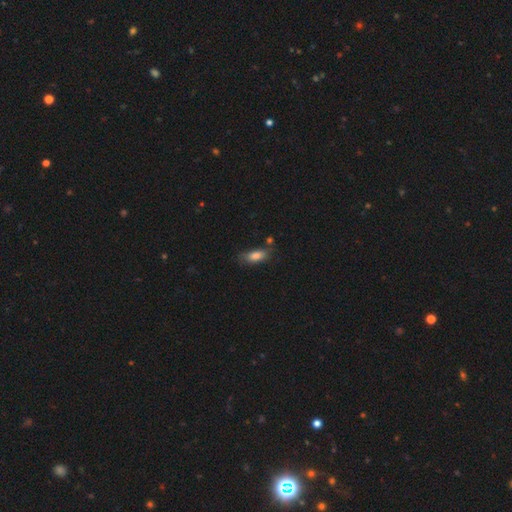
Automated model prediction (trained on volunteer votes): A smooth galaxy with no disk features (81%) that is in between round and cigar-shaped (78%).

Vote fractions:
- Smooth or featured? smooth: 81% / featured or disk: 10% / star or artifact: 8%
- How rounded? in between: 78% / cigar-shaped: 18% / round: 3%
- Merging? none: 67% / minor disturbance: 21% / merger: 6% / major disturbance: 6%